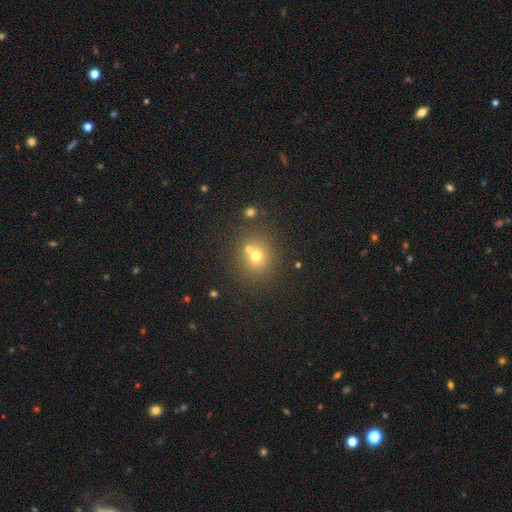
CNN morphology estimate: A smooth galaxy with no disk features (66%) that is round (83%). Merging: none (62%).